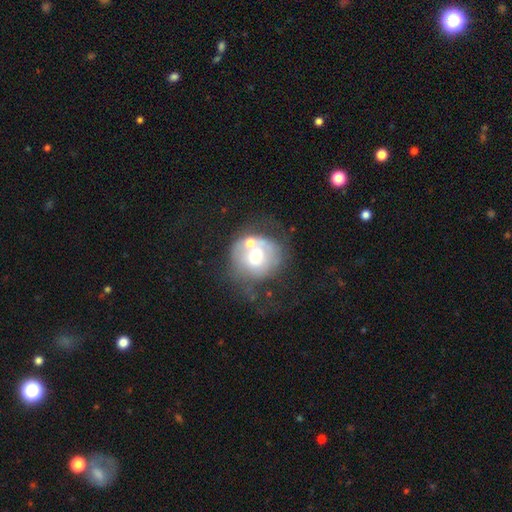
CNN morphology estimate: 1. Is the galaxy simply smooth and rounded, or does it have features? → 50% featured or disk, 41% smooth, 9% star or artifact.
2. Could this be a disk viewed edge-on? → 97% no, 3% yes.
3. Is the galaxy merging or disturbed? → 32% none, 29% merger, 20% major disturbance, 18% minor disturbance.